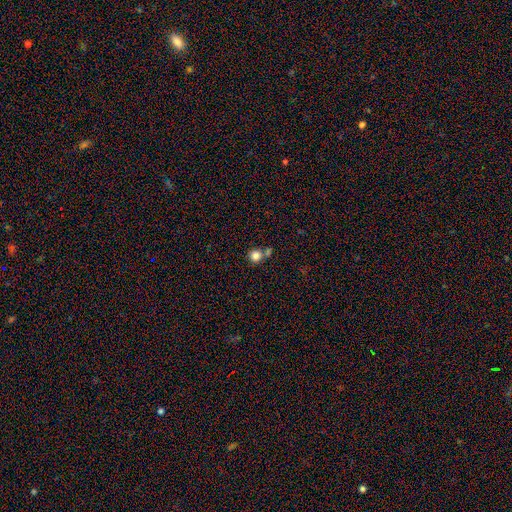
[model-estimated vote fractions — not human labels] Q: Smooth or featured?
A: smooth (83%); runner-up: star or artifact (11%)
Q: How rounded?
A: round (93%); runner-up: in between (6%)
Q: Merging?
A: none (63%); runner-up: merger (25%)